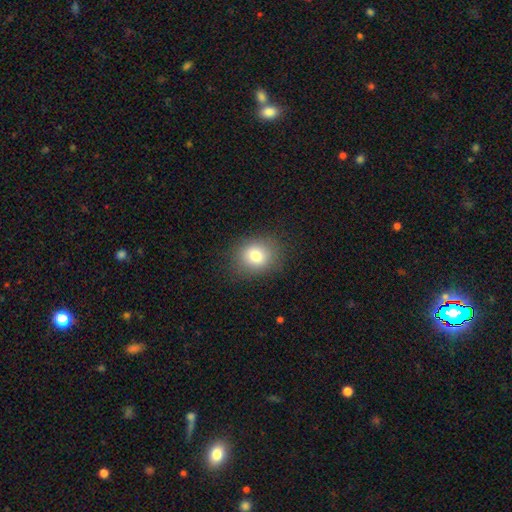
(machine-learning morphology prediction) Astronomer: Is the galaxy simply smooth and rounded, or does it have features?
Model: smooth — 79%.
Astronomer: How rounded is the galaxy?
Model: round — 63%.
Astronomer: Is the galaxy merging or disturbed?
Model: none — 85%.